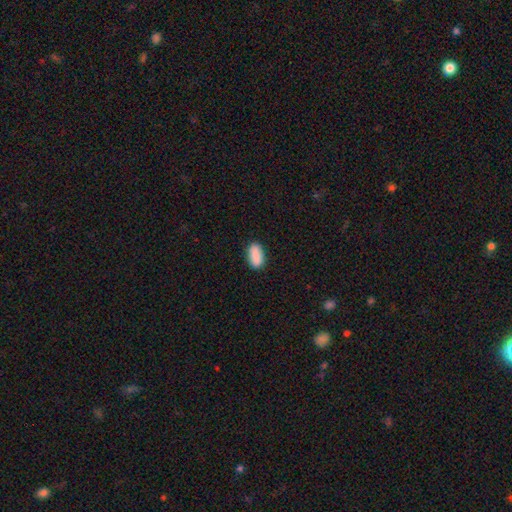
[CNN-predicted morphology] This appears to be a smooth galaxy with no disk features (89%) that is in between round and cigar-shaped (91%). Merging: none (87%).